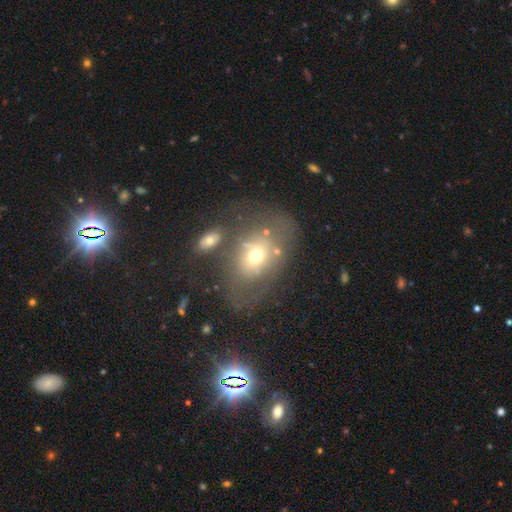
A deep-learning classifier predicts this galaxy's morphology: Smooth or featured? Predicted: smooth (p=0.54). How rounded? Predicted: in between (p=0.66). Merging? Predicted: none (p=0.44).